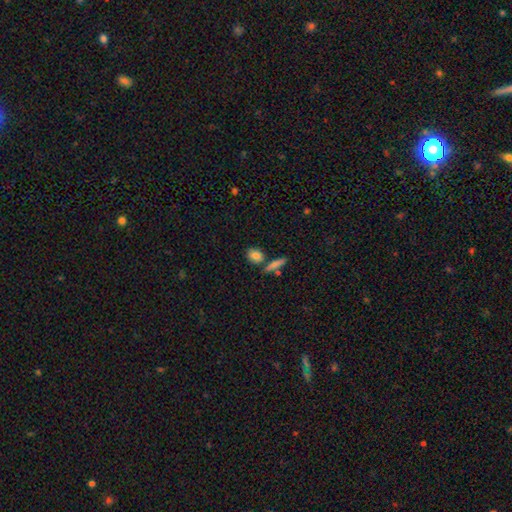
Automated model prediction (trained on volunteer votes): Overall: smooth (82%). How rounded: in between (48%; round 44%). Merging: none (69%).